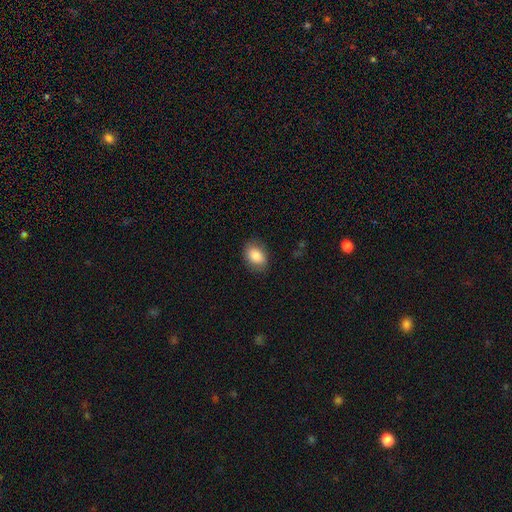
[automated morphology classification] The model was most divided on "how rounded": in between: 82%, round: 17%, cigar-shaped: 1%. More confident: smooth or featured — smooth (86%); merging — none (83%).